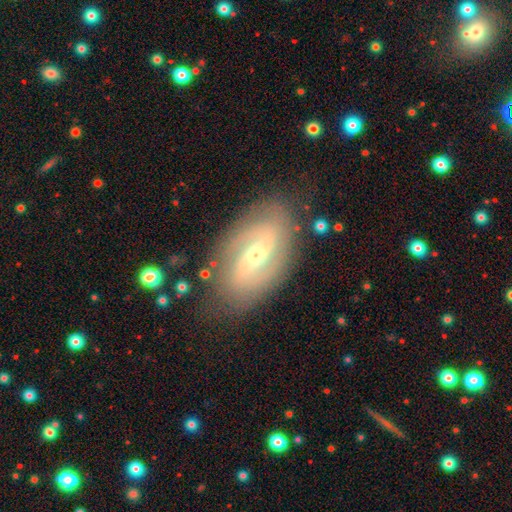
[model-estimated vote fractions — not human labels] Q: Smooth or featured?
A: featured or disk (80%); runner-up: smooth (13%)
Q: Edge-on disk?
A: no (93%); runner-up: yes (7%)
Q: Bar?
A: weak (41%); runner-up: strong (39%)
Q: Spiral arms?
A: yes (87%); runner-up: no (13%)
Q: Spiral winding?
A: medium (39%); runner-up: loose (35%)
Q: Spiral arm count?
A: 2 (84%); runner-up: can't tell (9%)
Q: Bulge size?
A: small (56%); runner-up: moderate (41%)
Q: Merging?
A: none (81%); runner-up: minor disturbance (13%)